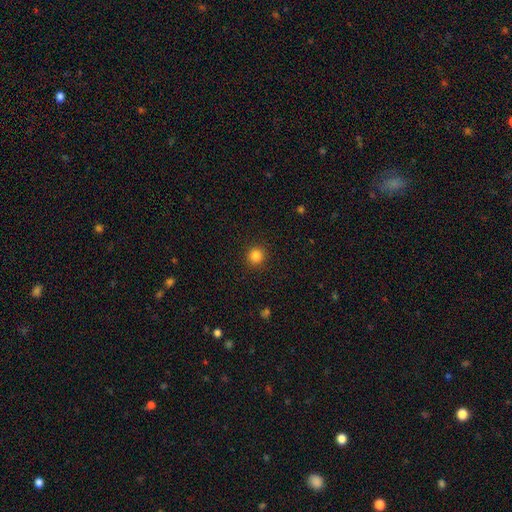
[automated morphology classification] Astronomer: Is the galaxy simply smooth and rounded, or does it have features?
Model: smooth — 84%.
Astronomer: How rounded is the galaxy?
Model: round — 92%.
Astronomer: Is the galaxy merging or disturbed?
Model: none — 92%.